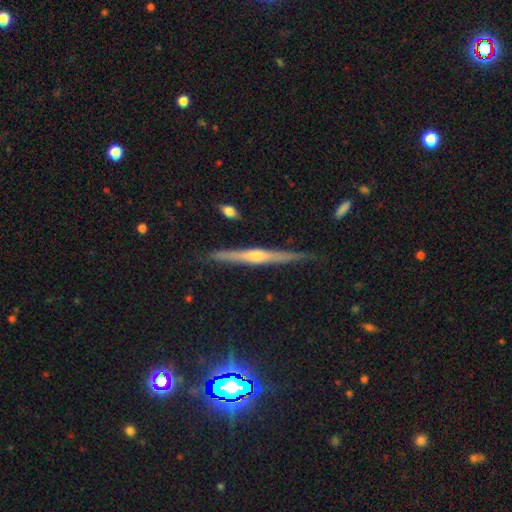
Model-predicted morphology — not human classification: Smooth or featured: featured or disk — 71% (smooth — 22%)
Edge-on disk: yes — 97% (no — 3%)
Edge-on bulge: rounded — 74% (none — 17%)
Merging: none — 84% (minor disturbance — 12%)